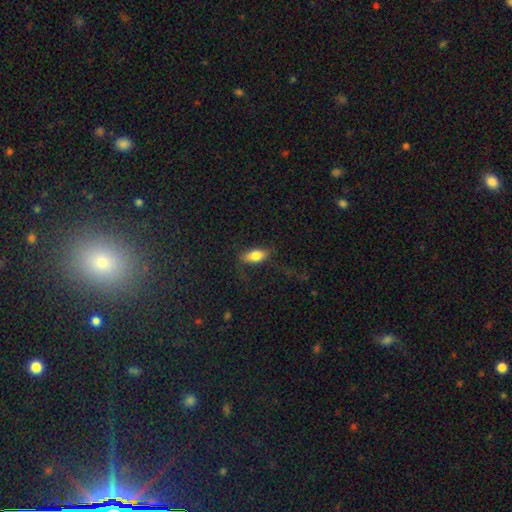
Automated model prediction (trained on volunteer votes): Smooth or featured: smooth — 77% (featured or disk — 15%)
How rounded: in between — 83% (cigar-shaped — 13%)
Merging: none — 70% (minor disturbance — 18%)